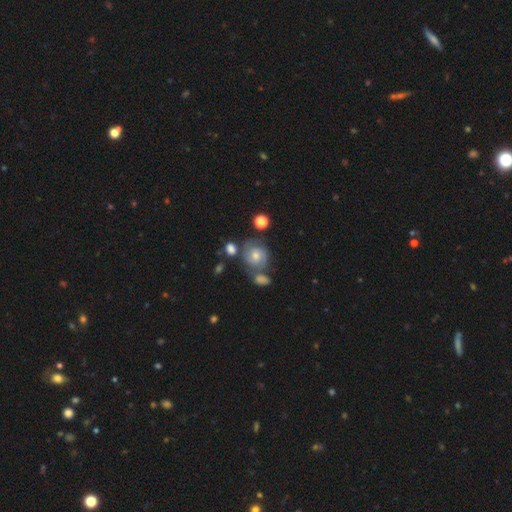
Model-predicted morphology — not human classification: Overall: featured or disk (65%). Edge-on disk: no (97%). Bar: no (72%). Spiral arms: yes (88%). Spiral arm count: 2 (54%; can't tell 24%). Spiral winding: tight (60%; medium 32%). Bulge size: moderate (52%; small 41%). Merging: none (59%; merger 19%).